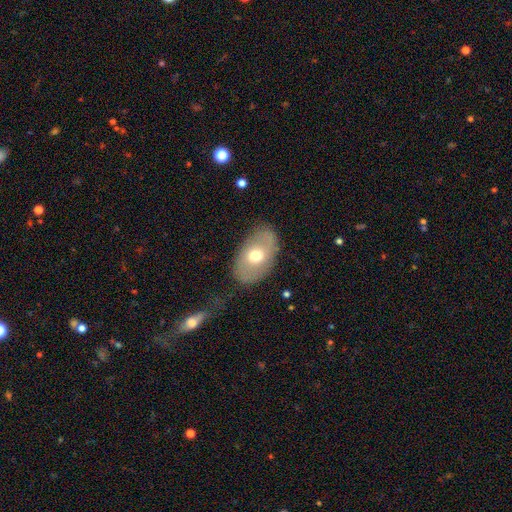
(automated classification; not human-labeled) A smooth galaxy with no disk features (57%) that is in between round and cigar-shaped (89%). Merging: none (81%).